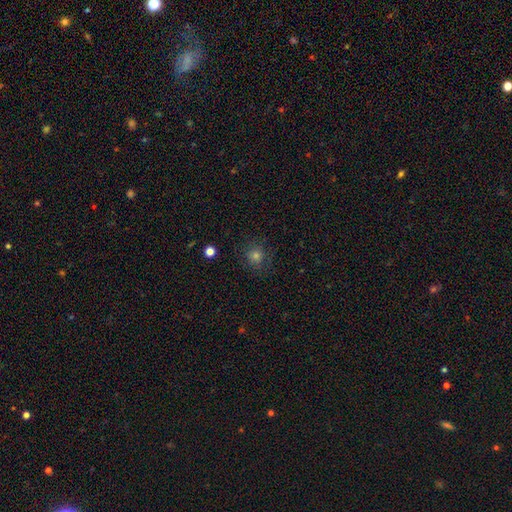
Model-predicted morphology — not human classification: smooth-or-featured: smooth: 65% | star or artifact: 23% | featured or disk: 12%
  how-rounded: round: 88% | in between: 11% | cigar-shaped: 1%
  merging: none: 81% | minor disturbance: 12% | major disturbance: 5% | merger: 1%